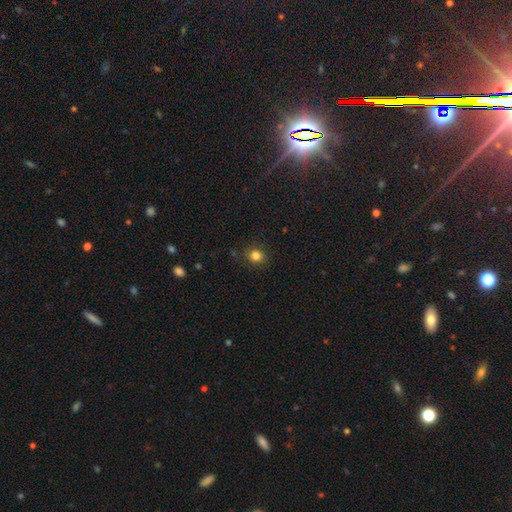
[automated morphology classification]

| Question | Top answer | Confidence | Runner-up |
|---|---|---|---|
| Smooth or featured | smooth | 83% | star or artifact (12%) |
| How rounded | round | 81% | in between (18%) |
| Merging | none | 86% | minor disturbance (10%) |